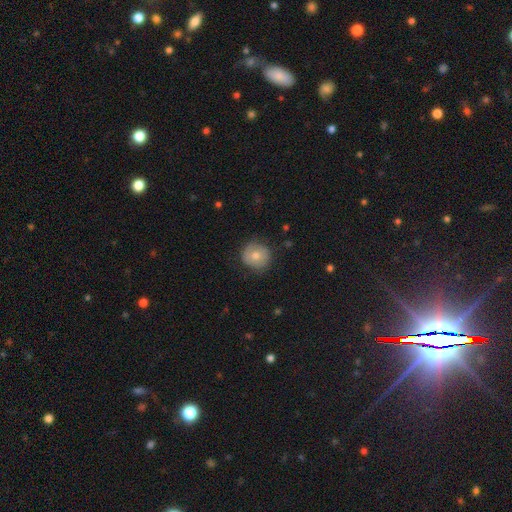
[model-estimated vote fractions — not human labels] smooth 67%, featured or disk 25%, star or artifact 8%. Down the decision tree: how rounded — round (92%); merging — none (81%).